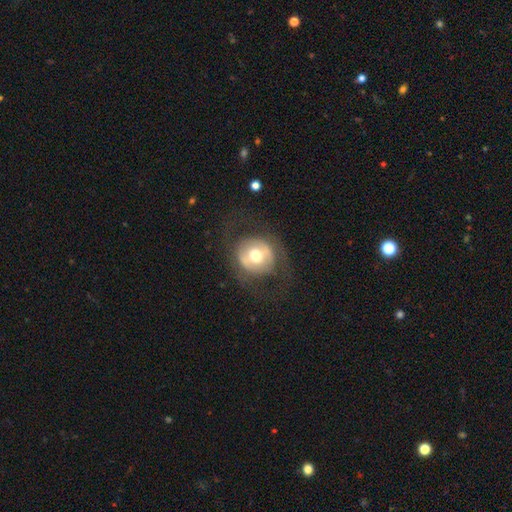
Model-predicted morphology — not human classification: Smooth or featured? Predicted: featured or disk (p=0.47). Merging? Predicted: none (p=0.69).